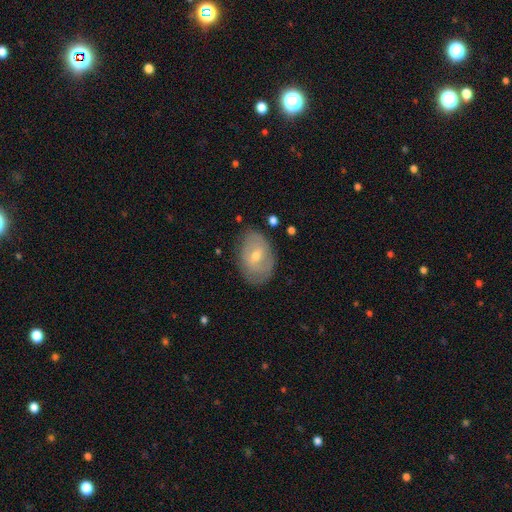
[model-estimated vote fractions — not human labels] Overall: featured or disk (50%; smooth 42%). Edge-on disk: no (92%). Merging: none (74%).